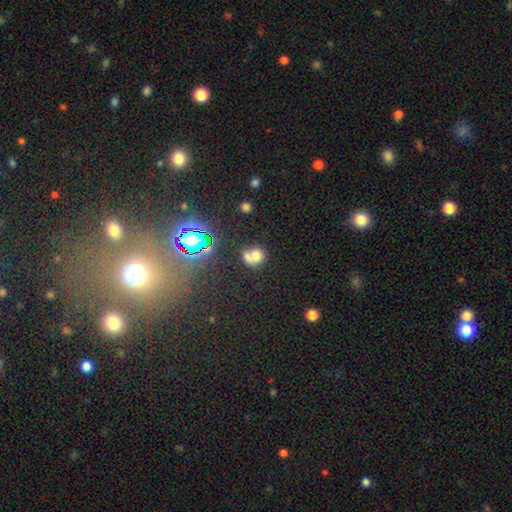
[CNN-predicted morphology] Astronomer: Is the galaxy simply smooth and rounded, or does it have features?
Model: smooth — 67%.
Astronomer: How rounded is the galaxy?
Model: round — 75%.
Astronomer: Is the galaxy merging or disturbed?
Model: merger — 53% (runner-up: none, 33%).